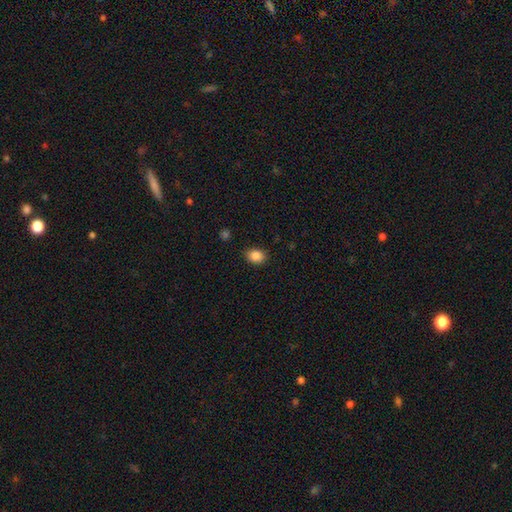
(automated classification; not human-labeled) Smooth or featured: smooth — 87% (star or artifact — 9%)
How rounded: in between — 62% (round — 37%)
Merging: none — 84% (minor disturbance — 12%)